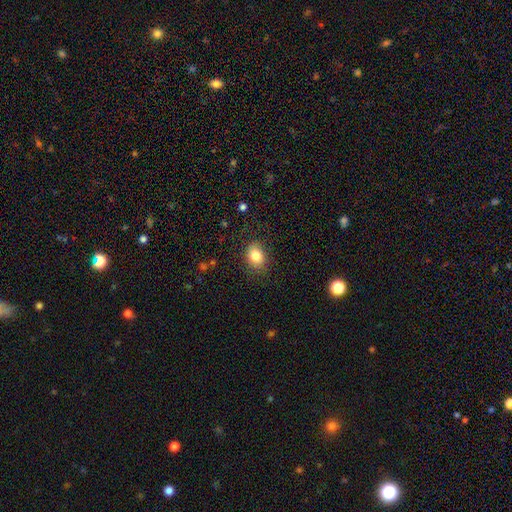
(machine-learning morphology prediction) Q: Smooth or featured?
A: smooth (84%); runner-up: star or artifact (9%)
Q: How rounded?
A: in between (62%); runner-up: round (37%)
Q: Merging?
A: none (82%); runner-up: minor disturbance (13%)